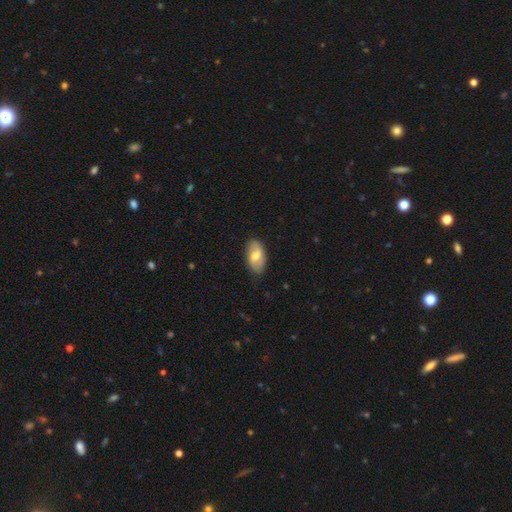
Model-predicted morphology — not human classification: This appears to be a smooth galaxy with no disk features (61%) that is in between round and cigar-shaped (93%). Merging: none (83%).